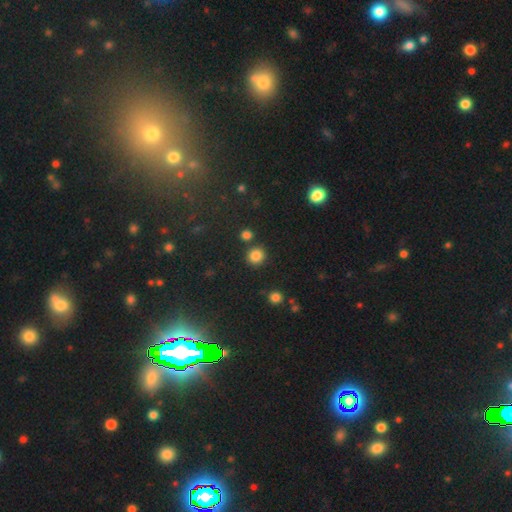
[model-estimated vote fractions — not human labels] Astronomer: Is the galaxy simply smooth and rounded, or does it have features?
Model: smooth — 83%.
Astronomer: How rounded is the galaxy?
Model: round — 89%.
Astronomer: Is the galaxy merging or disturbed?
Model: none — 83%.